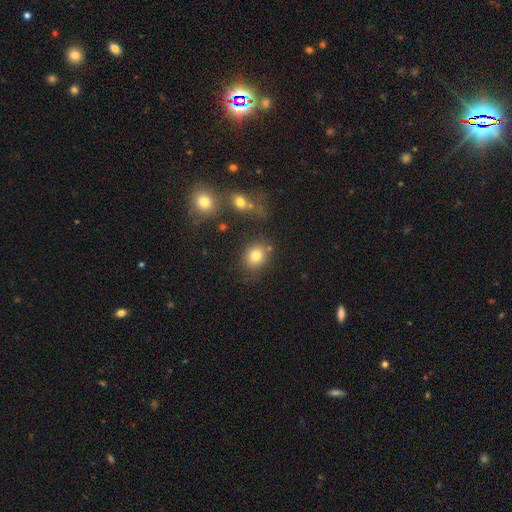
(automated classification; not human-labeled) A smooth galaxy with no disk features (80%) that is round (61%).

Vote fractions:
- Smooth or featured? smooth: 80% / star or artifact: 12% / featured or disk: 8%
- How rounded? round: 61% / in between: 38% / cigar-shaped: 1%
- Merging? none: 75% / minor disturbance: 13% / merger: 7% / major disturbance: 5%